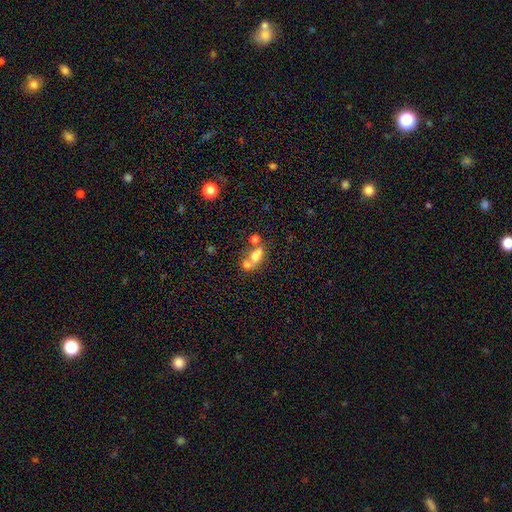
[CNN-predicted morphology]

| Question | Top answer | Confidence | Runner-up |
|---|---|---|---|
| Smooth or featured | smooth | 61% | featured or disk (25%) |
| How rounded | in between | 70% | round (21%) |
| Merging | merger | 53% | none (28%) |